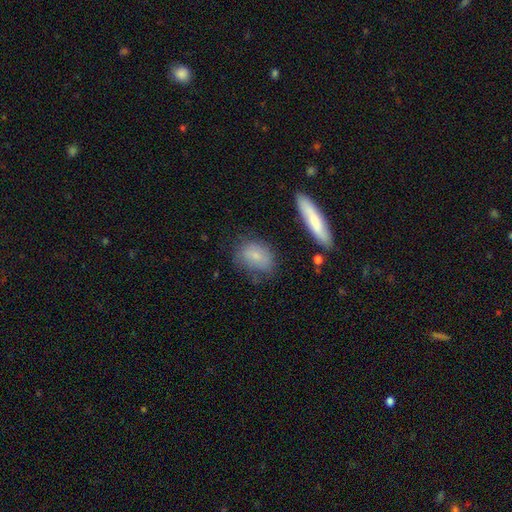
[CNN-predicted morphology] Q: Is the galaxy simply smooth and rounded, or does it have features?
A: smooth — 75%.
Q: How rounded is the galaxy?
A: in between — 72%.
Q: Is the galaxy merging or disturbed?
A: none — 63%.